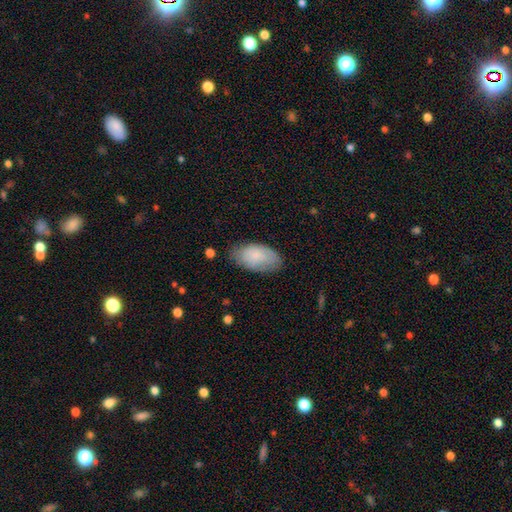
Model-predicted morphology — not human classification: smooth 78%, featured or disk 16%, star or artifact 6%. Down the decision tree: how rounded — in between (95%); merging — none (73%).